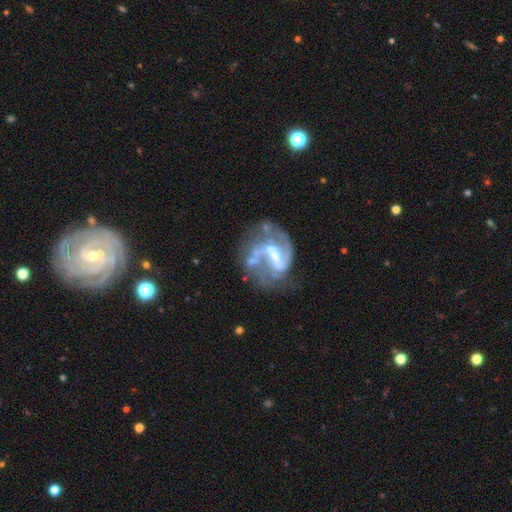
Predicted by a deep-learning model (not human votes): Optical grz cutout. It shows a featured or disk galaxy (86%) with a weak bar (45%), 2 (71%) medium (46%) spiral arms (90%) and a small central bulge (44%). Merging: none (42%).